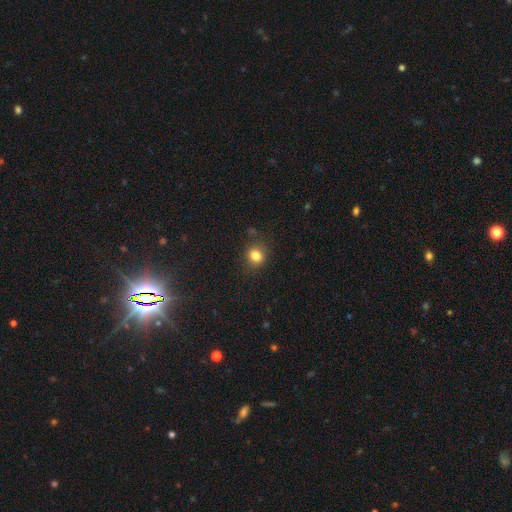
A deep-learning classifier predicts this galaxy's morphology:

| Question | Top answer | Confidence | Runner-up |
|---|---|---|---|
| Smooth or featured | smooth | 81% | star or artifact (13%) |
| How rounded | round | 78% | in between (21%) |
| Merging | none | 83% | minor disturbance (11%) |